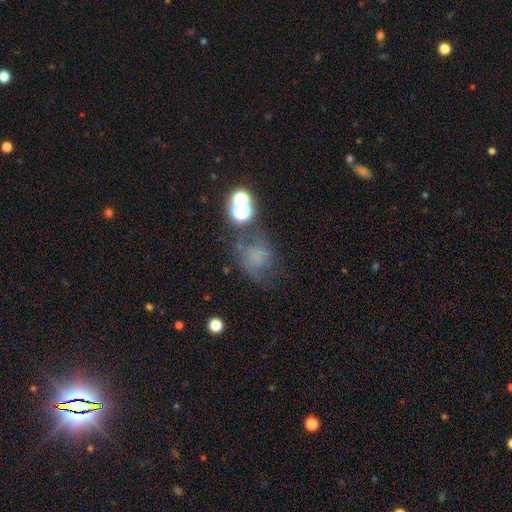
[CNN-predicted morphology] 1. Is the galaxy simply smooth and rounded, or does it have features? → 44% smooth, 30% featured or disk, 26% star or artifact.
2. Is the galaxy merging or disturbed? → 48% none, 23% minor disturbance, 20% major disturbance, 9% merger.